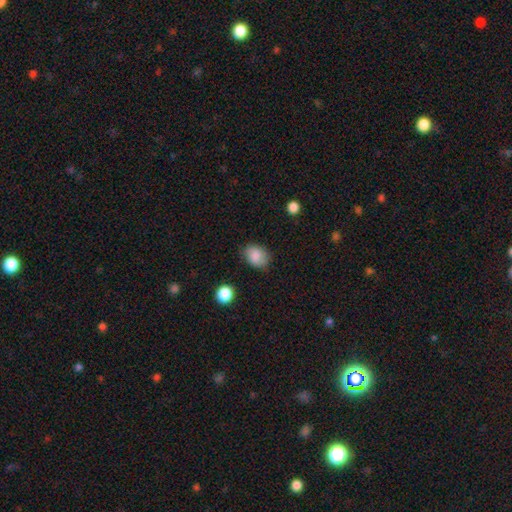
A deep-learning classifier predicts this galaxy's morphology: type=smooth (83%); roundness=in between (65%); merging=none (77%).